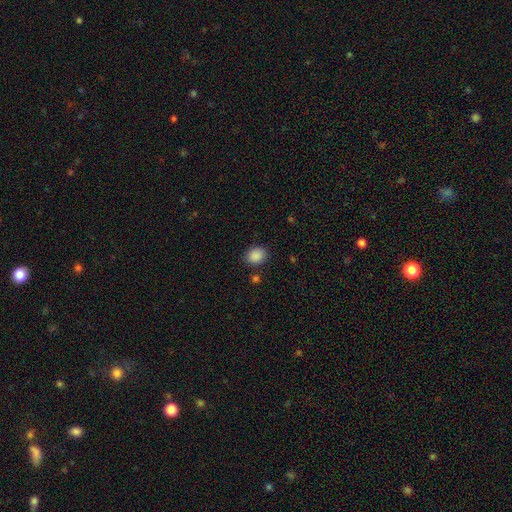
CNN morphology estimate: Q: Smooth or featured?
A: smooth (88%); runner-up: star or artifact (9%)
Q: How rounded?
A: round (53%); runner-up: in between (46%)
Q: Merging?
A: none (83%); runner-up: minor disturbance (11%)